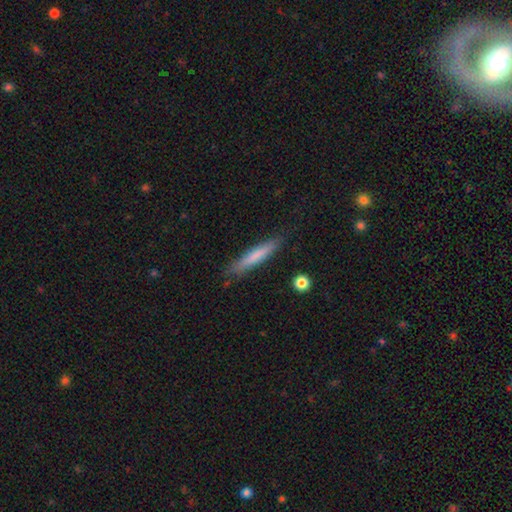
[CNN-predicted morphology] Smooth or featured: smooth — 70% (featured or disk — 25%)
How rounded: cigar-shaped — 93% (in between — 6%)
Merging: none — 84% (minor disturbance — 12%)